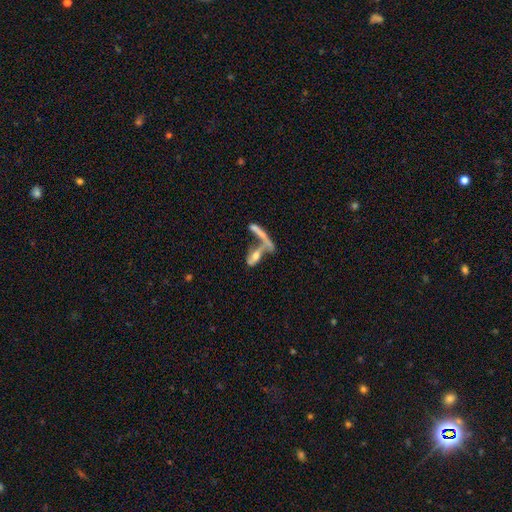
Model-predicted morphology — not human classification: The model was most divided on "smooth or featured": featured or disk: 46%, smooth: 44%, star or artifact: 11%. More confident: merging — merger (51%).